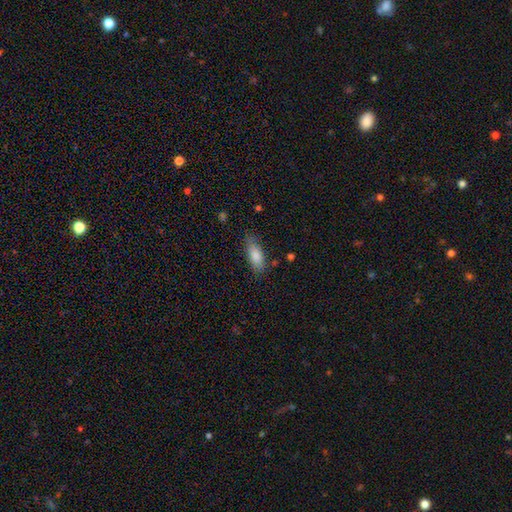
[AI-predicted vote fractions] smooth 84%, featured or disk 9%, star or artifact 7%. Down the decision tree: how rounded — in between (76%); merging — none (76%).